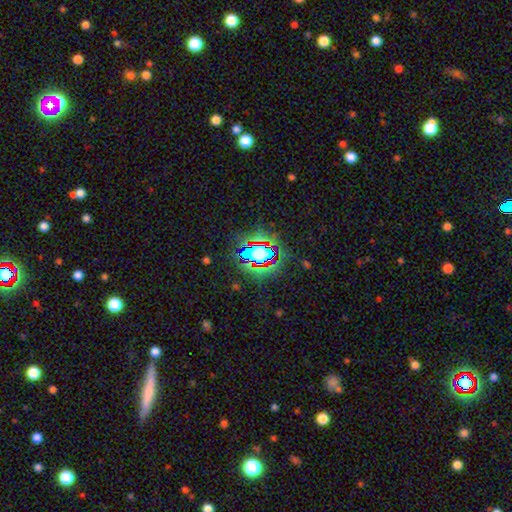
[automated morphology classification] The model was most divided on "smooth or featured": star or artifact: 64%, smooth: 23%, featured or disk: 13%.